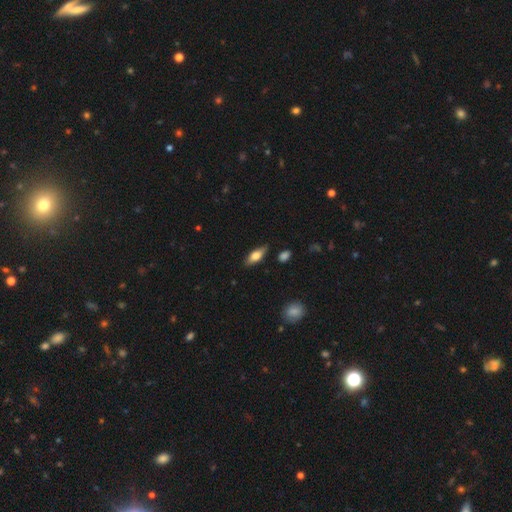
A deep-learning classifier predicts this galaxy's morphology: A smooth galaxy with no disk features (66%) that is in between round and cigar-shaped (74%). Merging: none (80%).